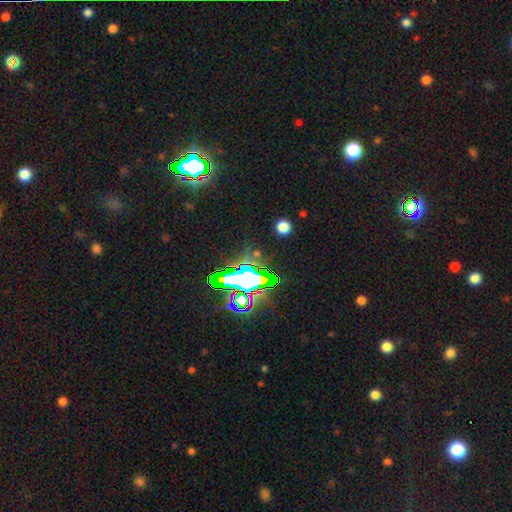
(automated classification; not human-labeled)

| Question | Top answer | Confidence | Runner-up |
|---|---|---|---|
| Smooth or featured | star or artifact | 67% | smooth (17%) |